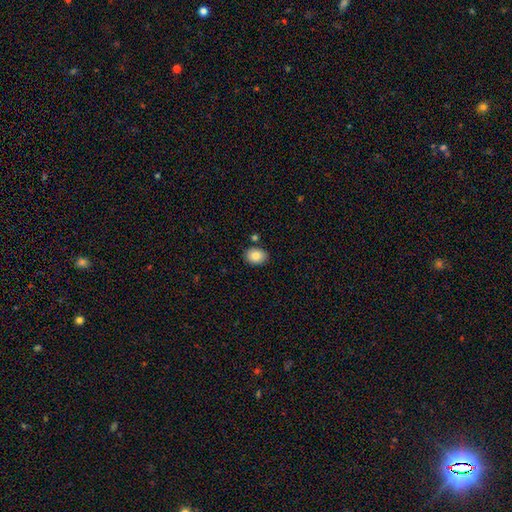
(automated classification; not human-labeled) Morphology: type=smooth (86%); roundness=in between (67%); merging=none (84%).